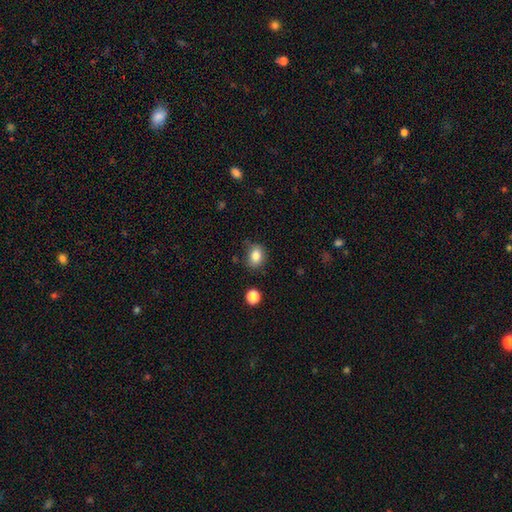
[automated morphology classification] Q: Smooth or featured?
A: smooth (84%); runner-up: star or artifact (10%)
Q: How rounded?
A: in between (56%); runner-up: round (43%)
Q: Merging?
A: none (77%); runner-up: minor disturbance (16%)